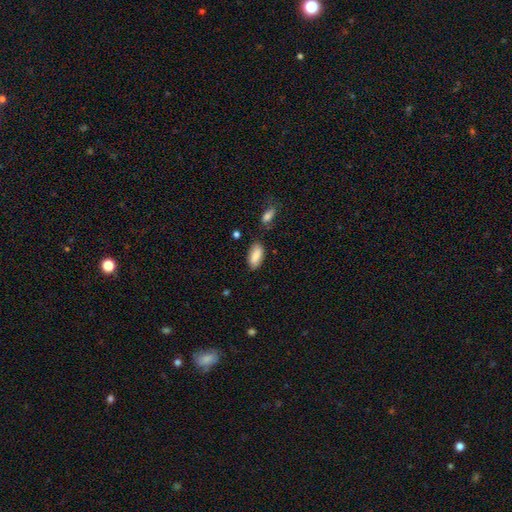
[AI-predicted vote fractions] smooth_or_featured: smooth (p=0.87) [alt: featured or disk p=0.07]
how_rounded: in between (p=0.89) [alt: cigar-shaped p=0.09]
merging: none (p=0.78) [alt: minor disturbance p=0.15]